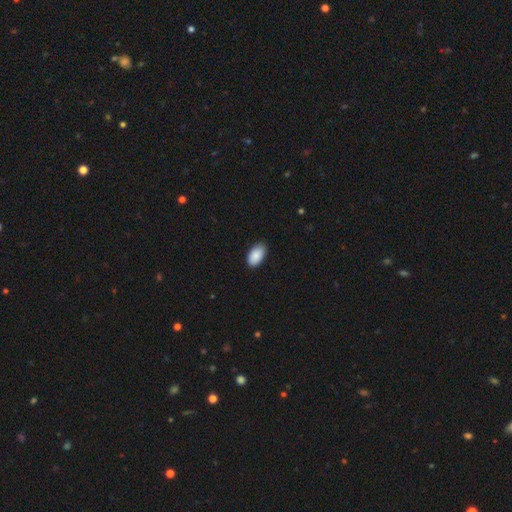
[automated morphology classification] A smooth galaxy with no disk features (90%) that is in between round and cigar-shaped (95%). Merging: none (84%).